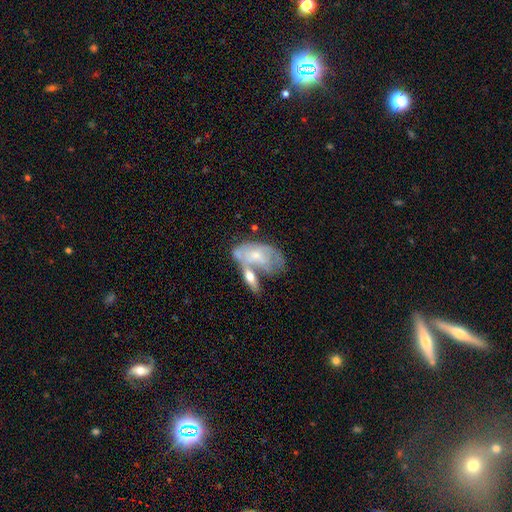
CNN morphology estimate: smooth-or-featured: featured or disk: 57% | smooth: 36% | star or artifact: 6%
  disk-edge-on: no: 90% | yes: 10%
    bar: no: 77% | weak: 19% | strong: 4%
    has-spiral-arms: no: 51% | yes: 49%
    bulge-size: small: 58% | moderate: 36% | none: 4% | large: 2% | dominant: 1%
  merging: merger: 48% | none: 24% | minor disturbance: 17% | major disturbance: 12%